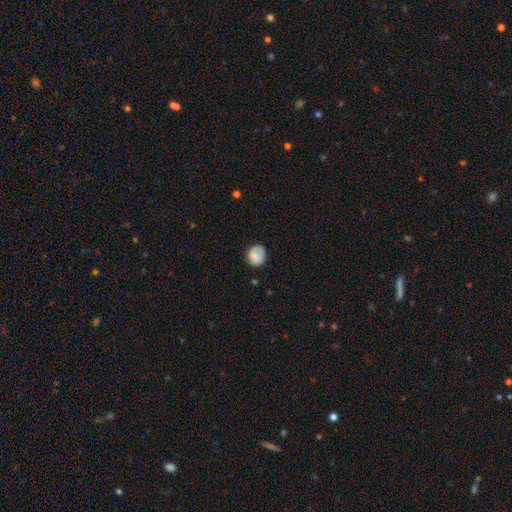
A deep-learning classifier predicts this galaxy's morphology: Q: Smooth or featured?
A: smooth (78%); runner-up: featured or disk (15%)
Q: How rounded?
A: round (72%); runner-up: in between (27%)
Q: Merging?
A: none (75%); runner-up: minor disturbance (19%)